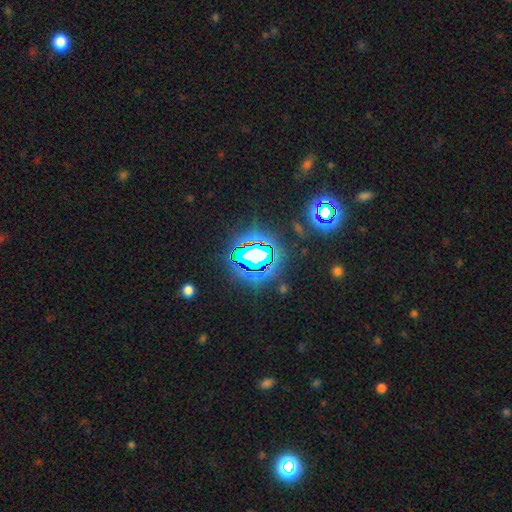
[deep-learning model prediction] Morphology: type=star or artifact (73%).